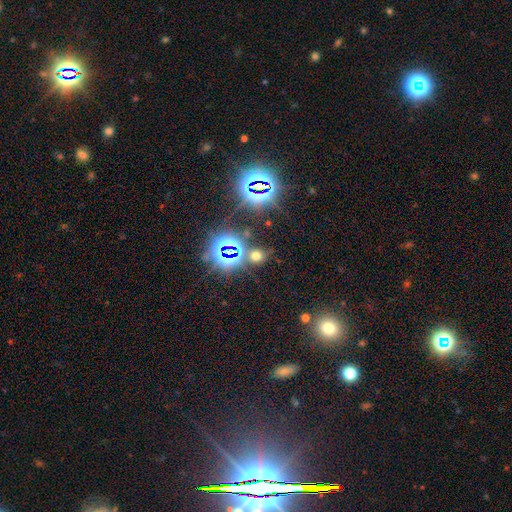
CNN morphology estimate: Overall: star or artifact (52%; smooth 40%).